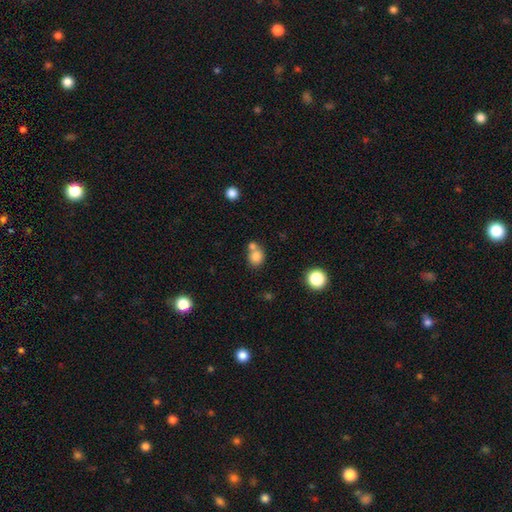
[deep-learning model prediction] This appears to be a smooth galaxy with no disk features (80%) that is round (76%). Merging: none (48%).